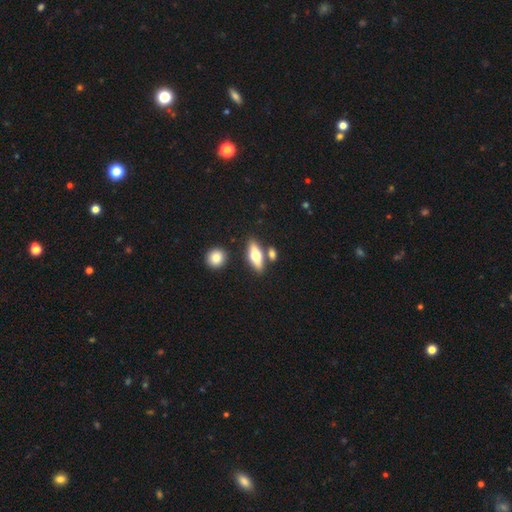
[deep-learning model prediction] A smooth galaxy with no disk features (55%) that is in between round and cigar-shaped (59%). Merging: none (76%).